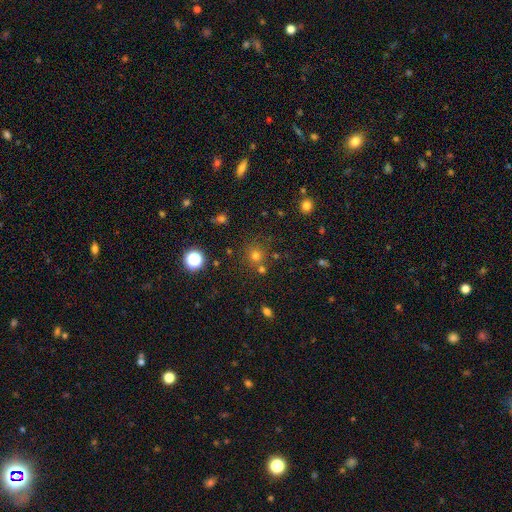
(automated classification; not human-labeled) Smooth or featured: smooth — 66% (star or artifact — 25%)
How rounded: round — 90% (in between — 9%)
Merging: none — 73% (merger — 13%)